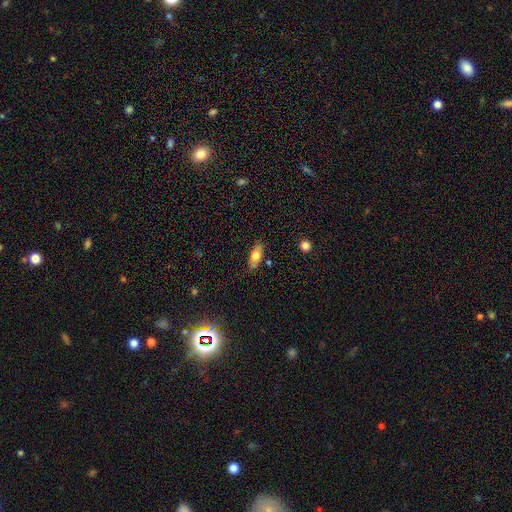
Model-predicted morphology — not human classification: Smooth or featured?
  - smooth: 70% *
  - featured or disk: 22%
  - star or artifact: 8%
How rounded?
  - in between: 76% *
  - cigar-shaped: 20%
  - round: 3%
Merging?
  - none: 79% *
  - minor disturbance: 15%
  - major disturbance: 3%
  - merger: 3%